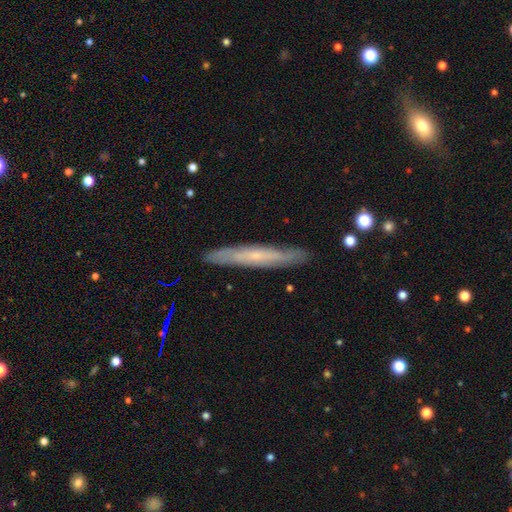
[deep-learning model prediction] smooth_or_featured: featured or disk (p=0.57) [alt: smooth p=0.37]
disk_edge_on: yes (p=0.82) [alt: no p=0.18]
merging: none (p=0.88) [alt: minor disturbance p=0.09]